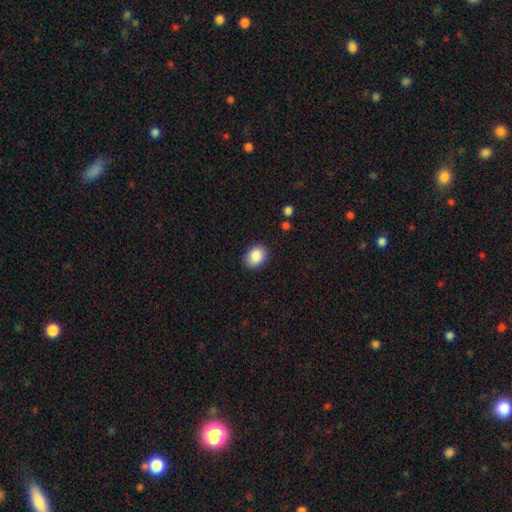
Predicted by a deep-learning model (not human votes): smooth 88%, star or artifact 8%, featured or disk 5%. Down the decision tree: how rounded — in between (60%); merging — none (88%).